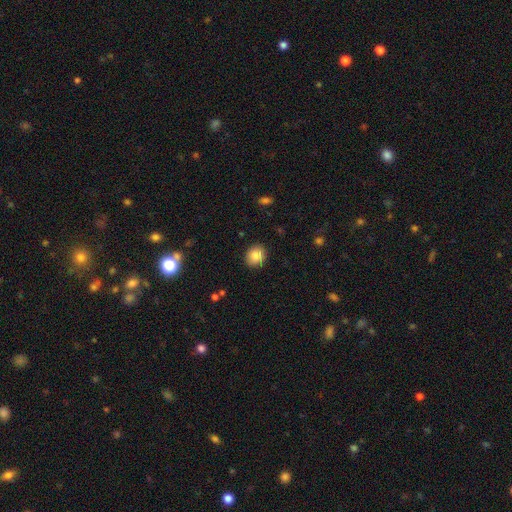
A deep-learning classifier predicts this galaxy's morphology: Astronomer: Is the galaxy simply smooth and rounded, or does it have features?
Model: smooth — 85%.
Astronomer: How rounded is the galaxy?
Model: round — 71%.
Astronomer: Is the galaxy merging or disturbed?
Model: none — 89%.